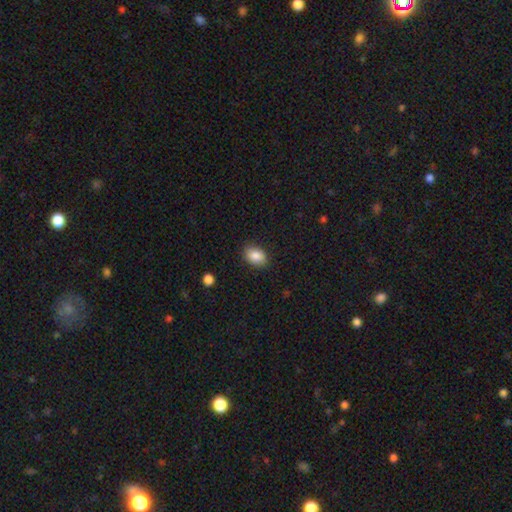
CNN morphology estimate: smooth_or_featured: smooth (p=0.86) [alt: star or artifact p=0.08]
how_rounded: in between (p=0.78) [alt: round p=0.21]
merging: none (p=0.86) [alt: minor disturbance p=0.10]